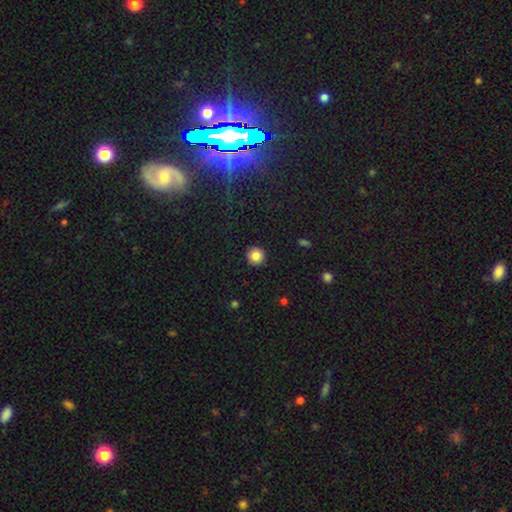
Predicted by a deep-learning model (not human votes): smooth 84%, star or artifact 10%, featured or disk 6%. Down the decision tree: how rounded — round (95%); merging — none (92%).